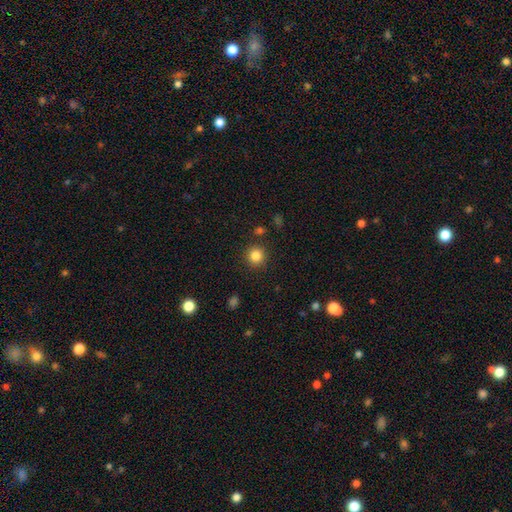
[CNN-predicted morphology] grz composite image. It shows a smooth galaxy with no disk features (84%) that is round (94%). Merging: none (89%).